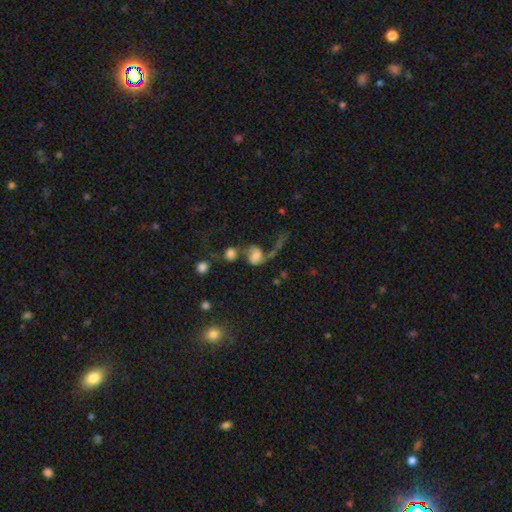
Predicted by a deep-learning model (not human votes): Smooth or featured: featured or disk — 51% (smooth — 37%)
Edge-on disk: no — 97% (yes — 3%)
Merging: merger — 42% (major disturbance — 27%)